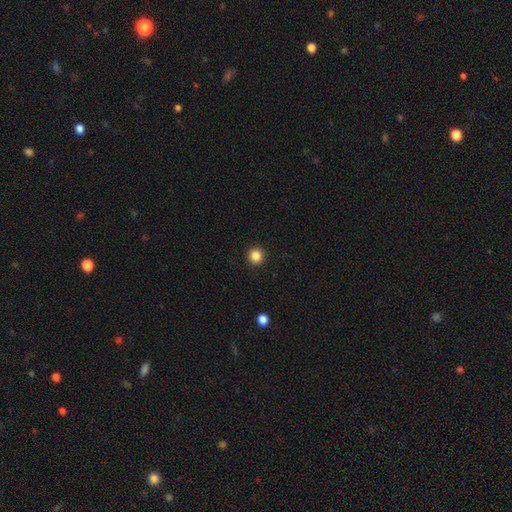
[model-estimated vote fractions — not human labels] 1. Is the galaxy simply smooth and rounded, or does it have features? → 85% smooth, 11% star or artifact, 4% featured or disk.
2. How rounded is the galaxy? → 94% round, 5% in between, 1% cigar-shaped.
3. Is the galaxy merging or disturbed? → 93% none, 4% minor disturbance, 2% major disturbance, 1% merger.